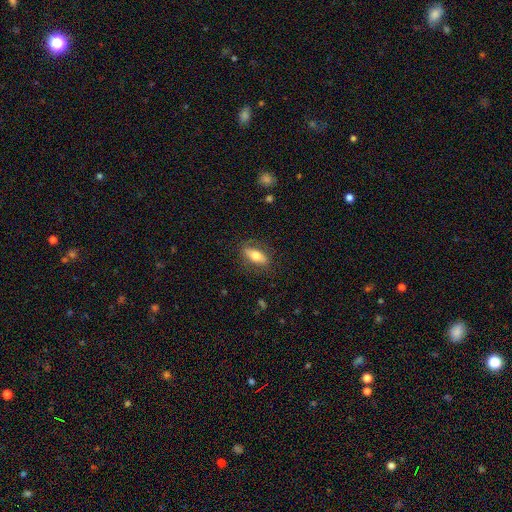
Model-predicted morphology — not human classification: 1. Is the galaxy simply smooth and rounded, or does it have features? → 65% smooth, 29% featured or disk, 7% star or artifact.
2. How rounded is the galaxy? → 70% in between, 26% cigar-shaped, 4% round.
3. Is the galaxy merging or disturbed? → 80% none, 14% minor disturbance, 5% major disturbance, 1% merger.